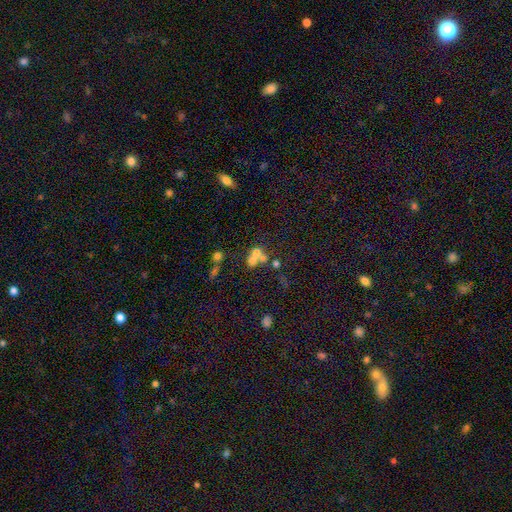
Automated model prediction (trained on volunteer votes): This appears to be a smooth galaxy with no disk features (50%) that is round (59%). Merging: merger (57%).